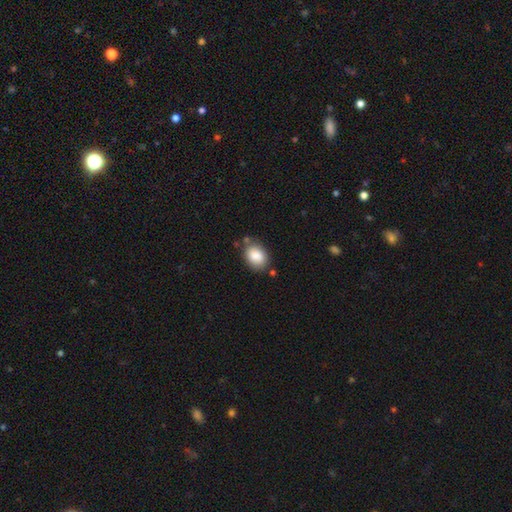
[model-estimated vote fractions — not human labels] Smooth or featured? Predicted: smooth (p=0.86). How rounded? Predicted: in between (p=0.69). Merging? Predicted: none (p=0.72).